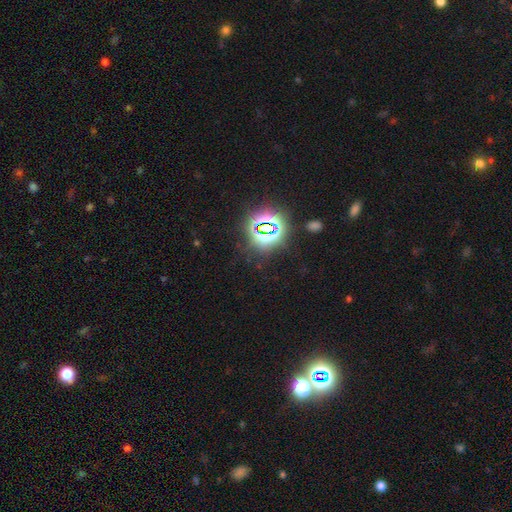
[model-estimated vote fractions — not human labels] This appears to be a star or artifact, not a galaxy (77%).